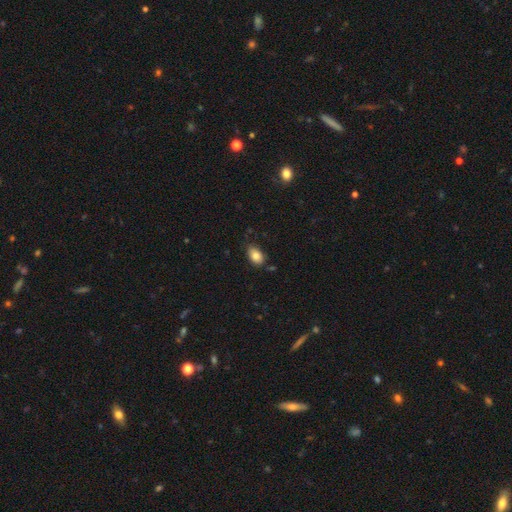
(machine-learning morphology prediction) Smooth or featured? Predicted: smooth (p=0.84). How rounded? Predicted: in between (p=0.88). Merging? Predicted: none (p=0.78).